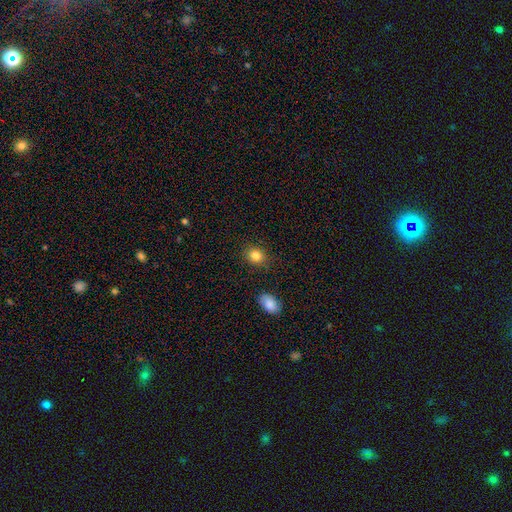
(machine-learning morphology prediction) Smooth or featured? smooth (84%)
How rounded? round (57%)
Merging? none (86%)